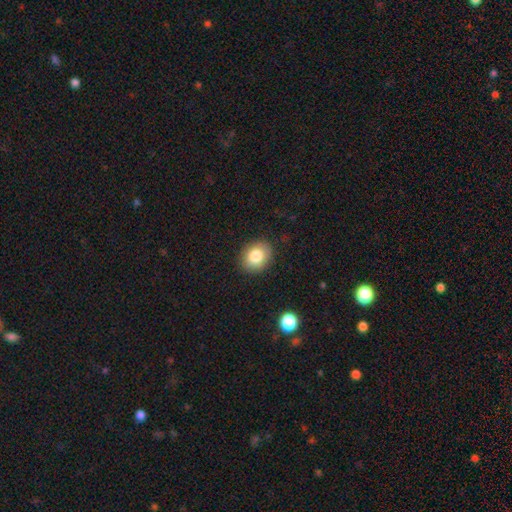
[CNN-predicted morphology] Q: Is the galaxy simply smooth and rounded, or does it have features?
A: smooth — 83%.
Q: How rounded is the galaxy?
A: in between — 50%.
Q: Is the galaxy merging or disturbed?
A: none — 88%.